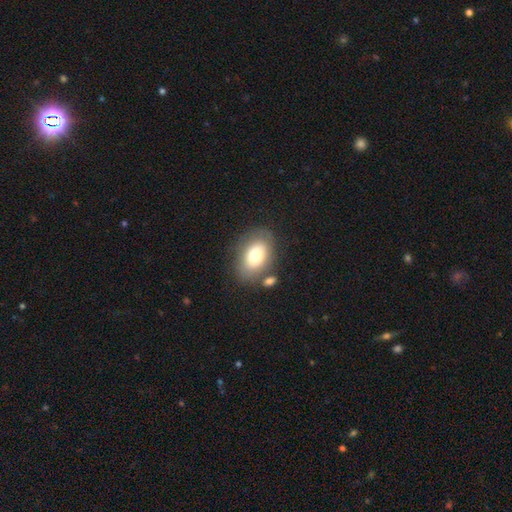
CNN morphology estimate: This appears to be a smooth galaxy with no disk features (74%) that is in between round and cigar-shaped (84%). Merging: none (70%).